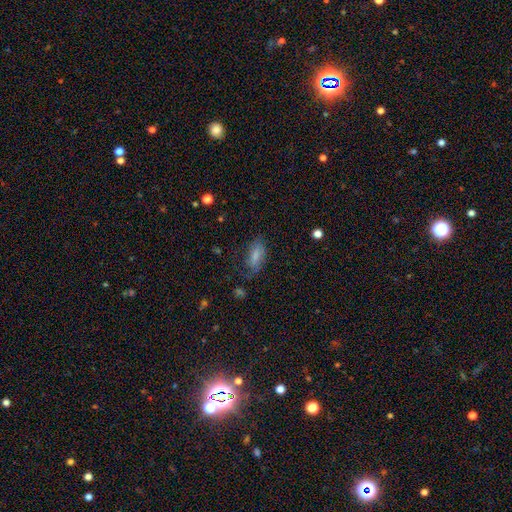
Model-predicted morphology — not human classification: Smooth or featured? smooth (69%)
How rounded? in between (84%)
Merging? none (57%)